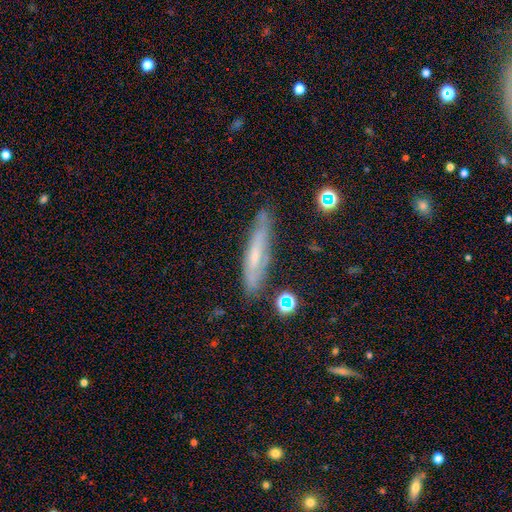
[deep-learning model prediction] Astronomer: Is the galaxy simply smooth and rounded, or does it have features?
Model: featured or disk — 54% (runner-up: smooth, 37%).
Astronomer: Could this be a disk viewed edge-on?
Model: yes — 65%.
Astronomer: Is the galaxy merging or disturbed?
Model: none — 74%.